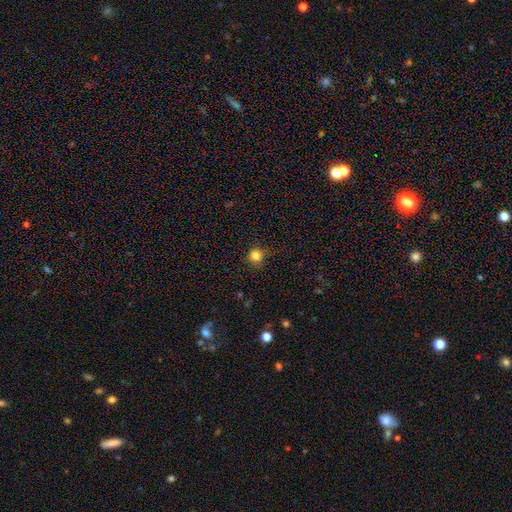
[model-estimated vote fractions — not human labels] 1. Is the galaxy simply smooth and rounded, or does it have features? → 82% smooth, 14% star or artifact, 4% featured or disk.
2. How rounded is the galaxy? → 92% round, 7% in between, 1% cigar-shaped.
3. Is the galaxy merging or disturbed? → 85% none, 11% minor disturbance, 3% major disturbance, 1% merger.